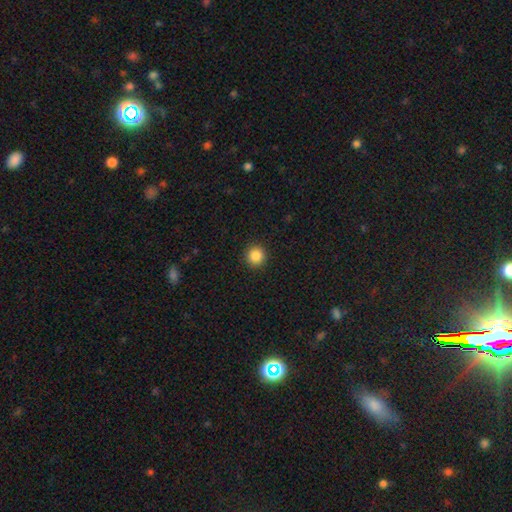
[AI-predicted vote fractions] Morphology: type=smooth (86%); roundness=round (94%); merging=none (92%).